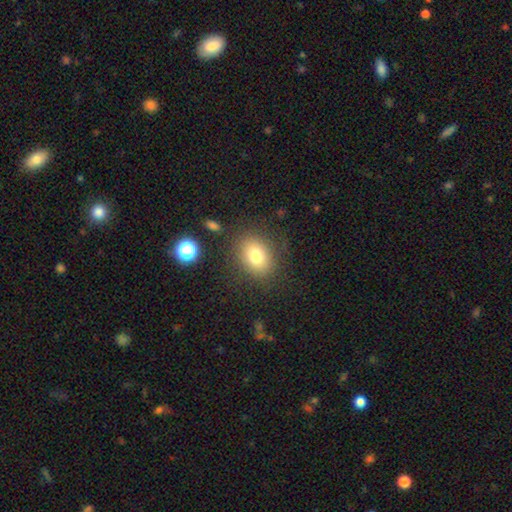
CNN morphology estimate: smooth 77%, star or artifact 12%, featured or disk 11%. Down the decision tree: how rounded — in between (57%); merging — none (81%).